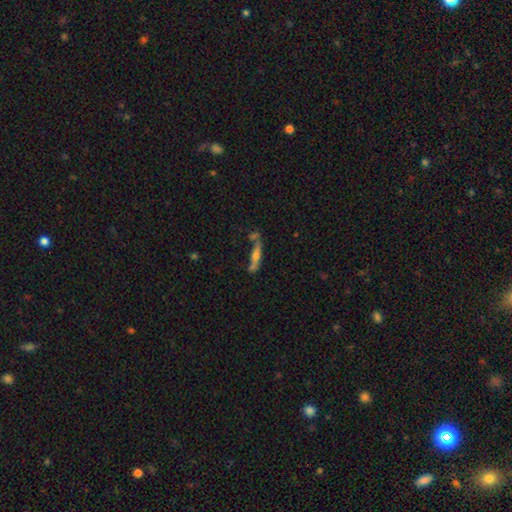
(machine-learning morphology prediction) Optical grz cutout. It shows a featured or disk galaxy (55%) viewed edge-on (86%). Merging: none (58%).